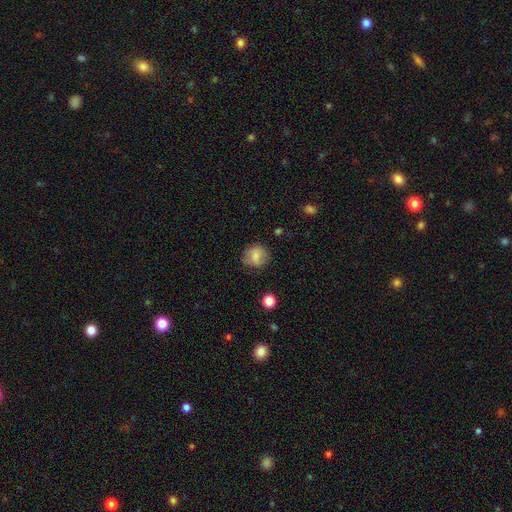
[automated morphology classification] Smooth or featured? Predicted: smooth (p=0.79). How rounded? Predicted: round (p=0.76). Merging? Predicted: none (p=0.78).